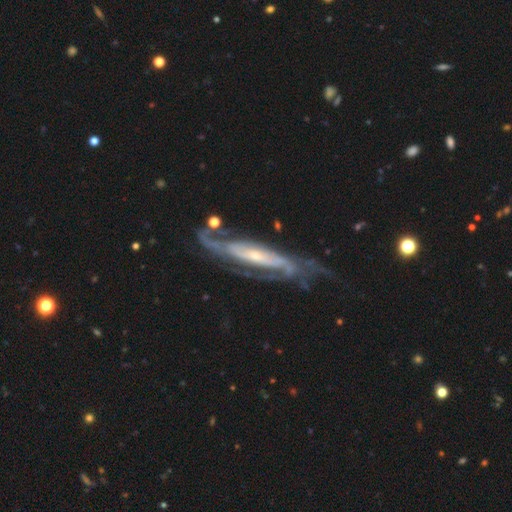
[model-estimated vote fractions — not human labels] A featured or disk galaxy (87%) with no bar (46%), 2 (51%) tight (47%) spiral arms (95%) and a small central bulge (69%).

Vote fractions:
- Smooth or featured? featured or disk: 87% / smooth: 7% / star or artifact: 5%
- Edge-on disk? no: 80% / yes: 20%
- Bar? no: 46% / weak: 30% / strong: 24%
- Spiral arms? yes: 95% / no: 5%
- Spiral winding? tight: 47% / medium: 39% / loose: 14%
- Spiral arm count? 2: 51% / can't tell: 26% / 3: 10% / 4: 5% / 1: 5% / more than 4: 4%
- Bulge size? small: 69% / moderate: 24% / large: 3% / none: 3% / dominant: 1%
- Merging? none: 61% / minor disturbance: 20% / major disturbance: 15% / merger: 5%